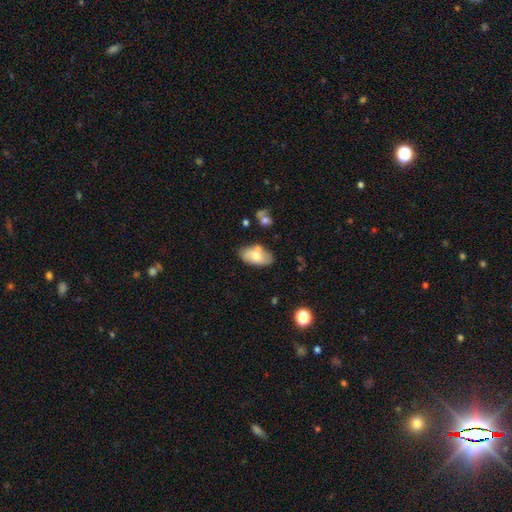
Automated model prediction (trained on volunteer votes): Smooth or featured: smooth — 66% (featured or disk — 27%)
How rounded: in between — 93% (round — 4%)
Merging: none — 69% (minor disturbance — 17%)